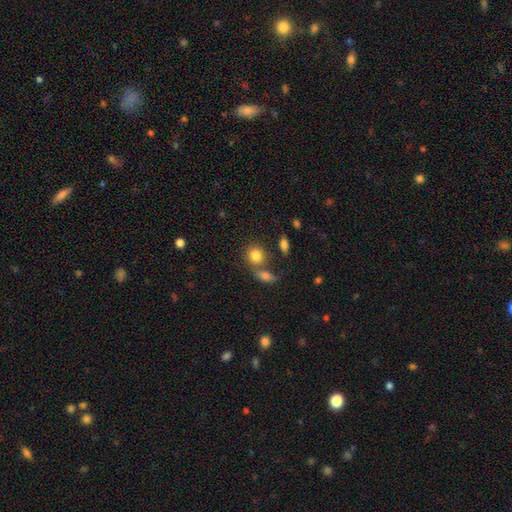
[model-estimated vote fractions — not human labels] smooth_or_featured: smooth (p=0.82) [alt: star or artifact p=0.09]
how_rounded: round (p=0.70) [alt: in between p=0.28]
merging: none (p=0.51) [alt: merger p=0.35]